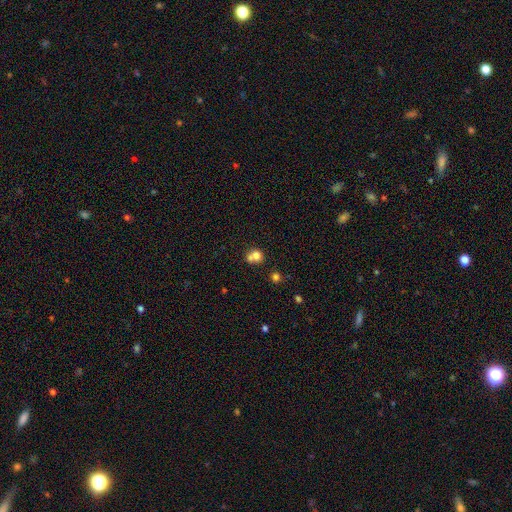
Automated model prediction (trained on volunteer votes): The model was most divided on "merging": merger: 52%, none: 37%, minor disturbance: 8%, major disturbance: 4%. More confident: how rounded — round (79%); smooth or featured — smooth (73%).